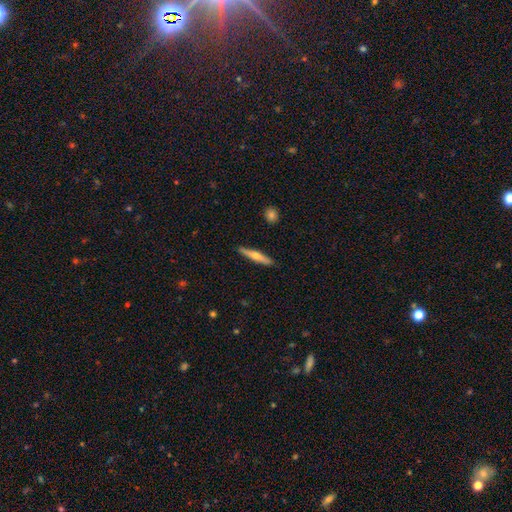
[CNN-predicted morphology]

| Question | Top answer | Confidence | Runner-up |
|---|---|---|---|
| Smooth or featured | featured or disk | 52% | smooth (42%) |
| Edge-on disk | yes | 95% | no (5%) |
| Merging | none | 90% | minor disturbance (7%) |